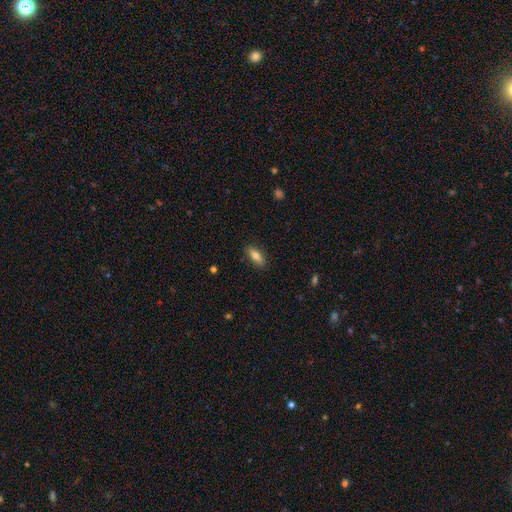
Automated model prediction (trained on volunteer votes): Smooth or featured? Predicted: smooth (p=0.77). How rounded? Predicted: in between (p=0.74). Merging? Predicted: none (p=0.87).